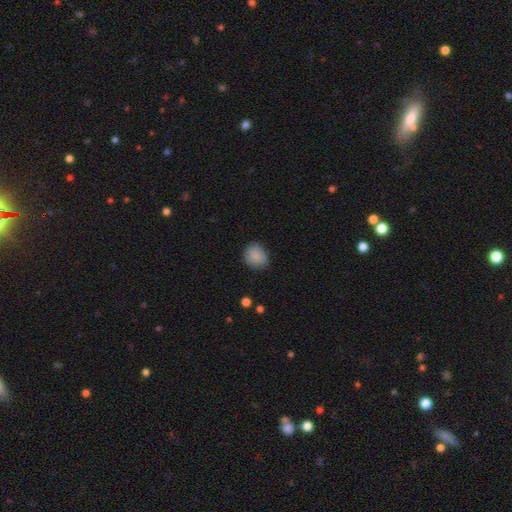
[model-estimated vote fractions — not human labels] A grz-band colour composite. It shows a smooth galaxy with no disk features (86%) that is round (64%). Merging: none (73%).